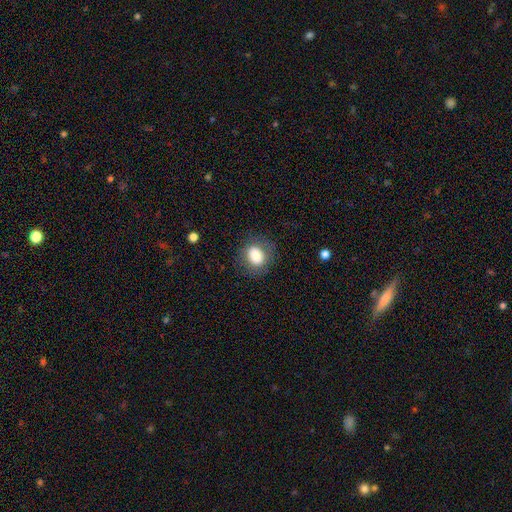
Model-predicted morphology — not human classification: Smooth or featured? Predicted: smooth (p=0.81). How rounded? Predicted: round (p=0.58). Merging? Predicted: none (p=0.79).